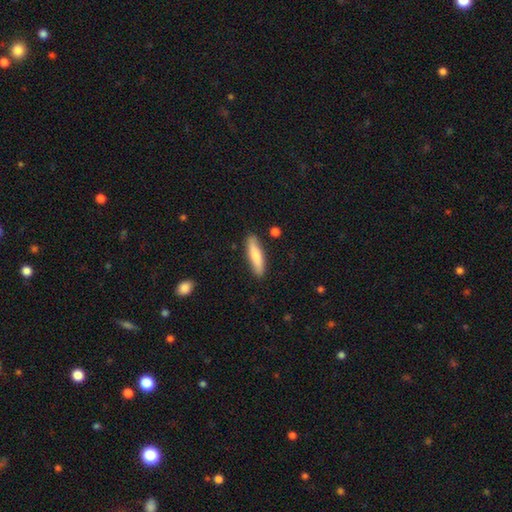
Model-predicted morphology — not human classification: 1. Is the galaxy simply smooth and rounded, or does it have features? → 75% smooth, 19% featured or disk, 6% star or artifact.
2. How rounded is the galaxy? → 75% cigar-shaped, 24% in between, 2% round.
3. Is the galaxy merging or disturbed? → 86% none, 10% minor disturbance, 2% merger, 2% major disturbance.